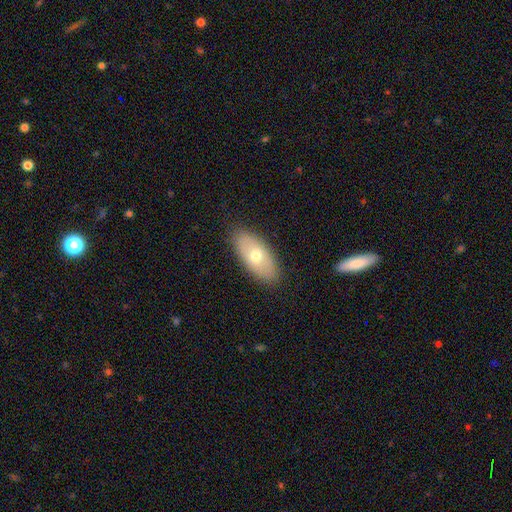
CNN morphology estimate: Overall: smooth (63%; featured or disk 31%). How rounded: in between (89%). Merging: none (86%).